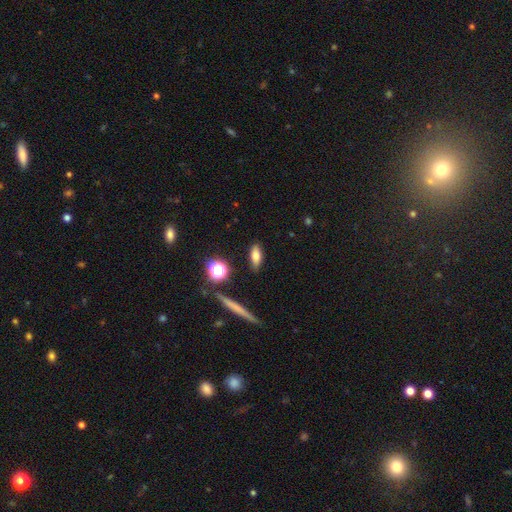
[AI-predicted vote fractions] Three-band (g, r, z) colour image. It shows a smooth galaxy with no disk features (71%) that is in between round and cigar-shaped (62%). Merging: none (86%).